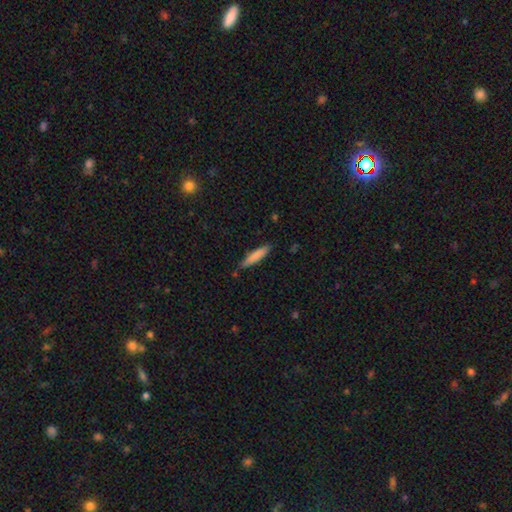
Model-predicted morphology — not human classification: Overall: smooth (81%). How rounded: cigar-shaped (86%). Merging: none (80%).